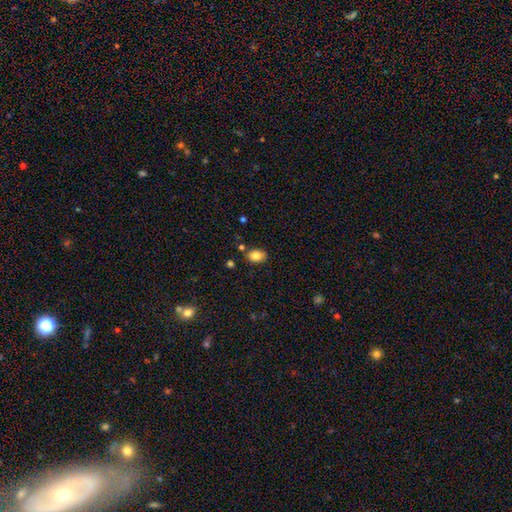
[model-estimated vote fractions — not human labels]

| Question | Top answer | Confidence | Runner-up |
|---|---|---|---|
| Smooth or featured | smooth | 83% | star or artifact (9%) |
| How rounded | in between | 79% | round (20%) |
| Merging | none | 78% | minor disturbance (15%) |